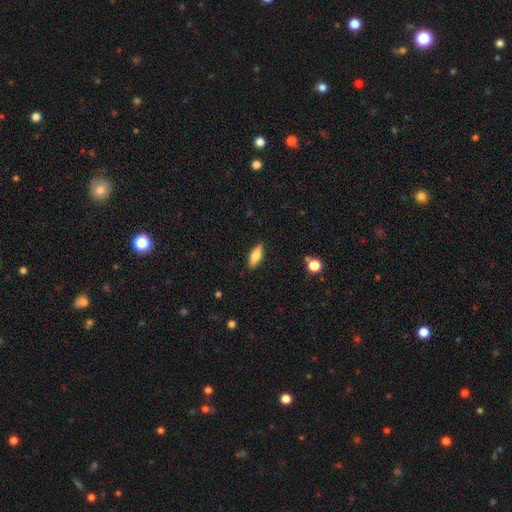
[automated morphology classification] This appears to be a smooth galaxy with no disk features (62%) that is in between round and cigar-shaped (62%). Merging: none (88%).